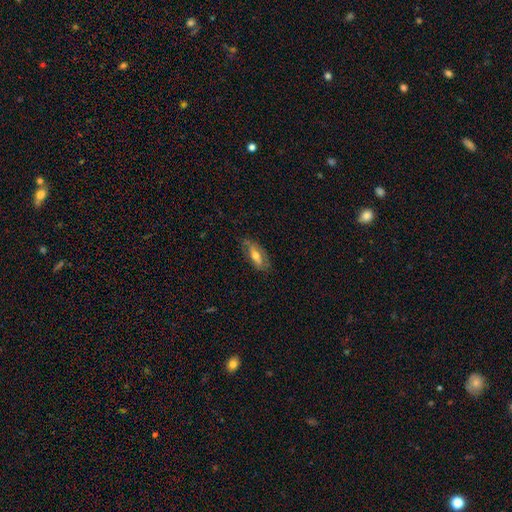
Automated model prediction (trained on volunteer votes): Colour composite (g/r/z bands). It shows a featured or disk galaxy (48%). Merging: none (72%).